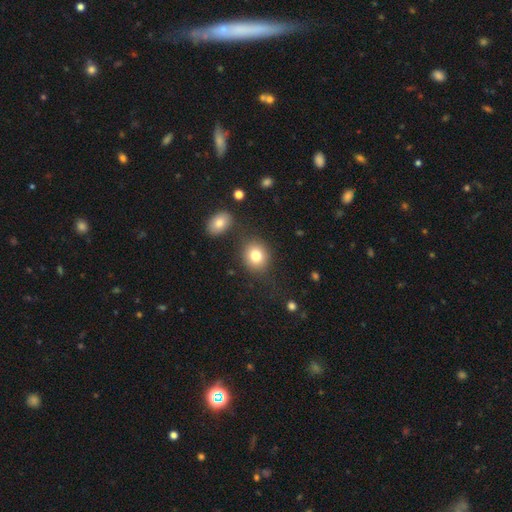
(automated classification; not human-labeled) Smooth or featured?
  - smooth: 80% *
  - star or artifact: 10%
  - featured or disk: 10%
How rounded?
  - round: 70% *
  - in between: 29%
  - cigar-shaped: 1%
Merging?
  - none: 78% *
  - minor disturbance: 11%
  - merger: 7%
  - major disturbance: 4%